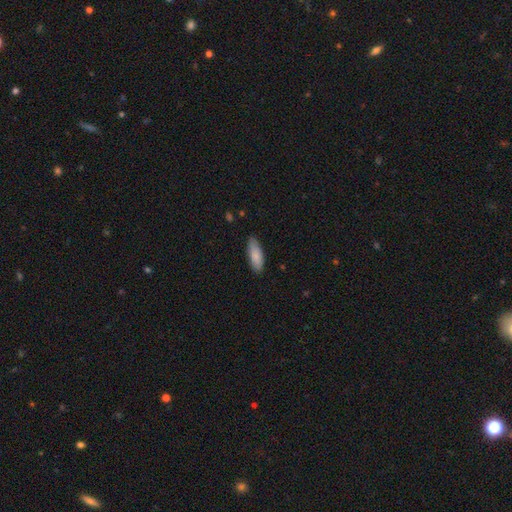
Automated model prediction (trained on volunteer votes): This appears to be a smooth galaxy with no disk features (85%) that is in between round and cigar-shaped (67%). Merging: none (81%).